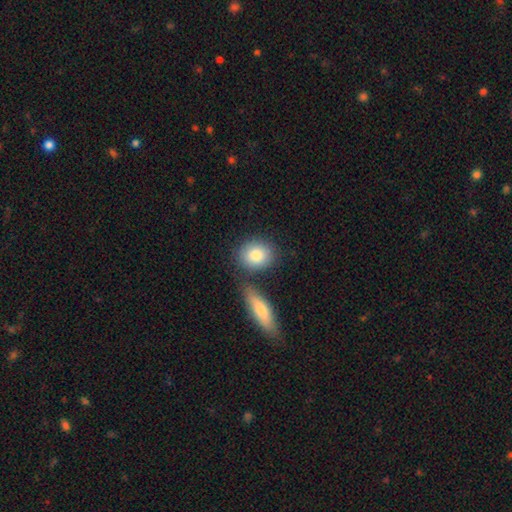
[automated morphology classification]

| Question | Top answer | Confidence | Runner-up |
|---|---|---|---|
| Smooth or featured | smooth | 84% | featured or disk (10%) |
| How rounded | round | 67% | in between (30%) |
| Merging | none | 72% | merger (14%) |